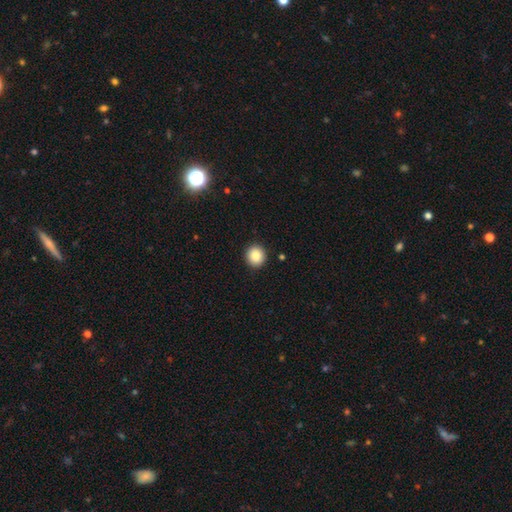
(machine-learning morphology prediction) Smooth or featured? smooth (87%)
How rounded? round (92%)
Merging? none (92%)